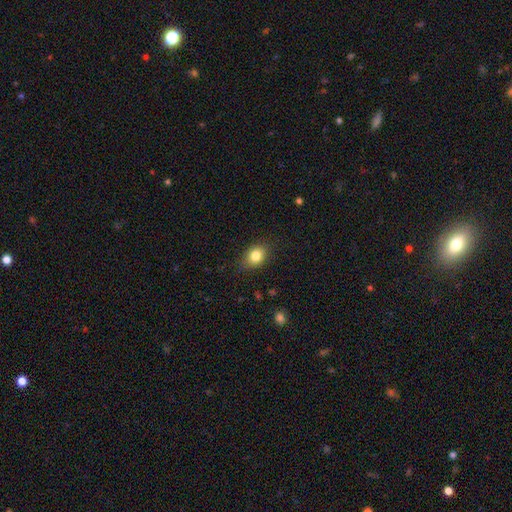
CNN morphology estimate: Overall: smooth (82%). How rounded: in between (64%; round 34%). Merging: none (82%).